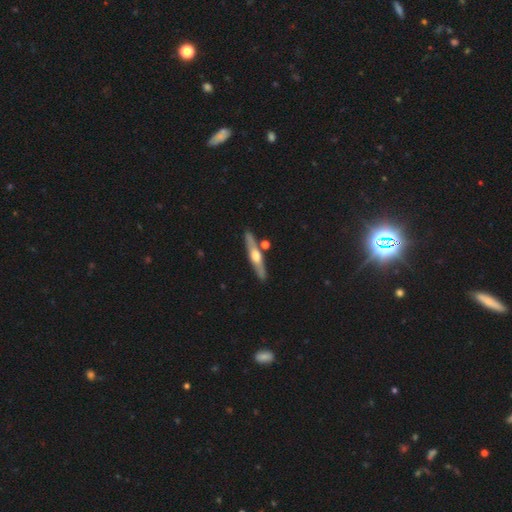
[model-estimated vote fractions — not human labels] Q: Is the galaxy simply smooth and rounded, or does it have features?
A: featured or disk — 63%.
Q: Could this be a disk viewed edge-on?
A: yes — 94%.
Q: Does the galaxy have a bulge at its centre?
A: rounded — 92%.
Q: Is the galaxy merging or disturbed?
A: none — 84%.